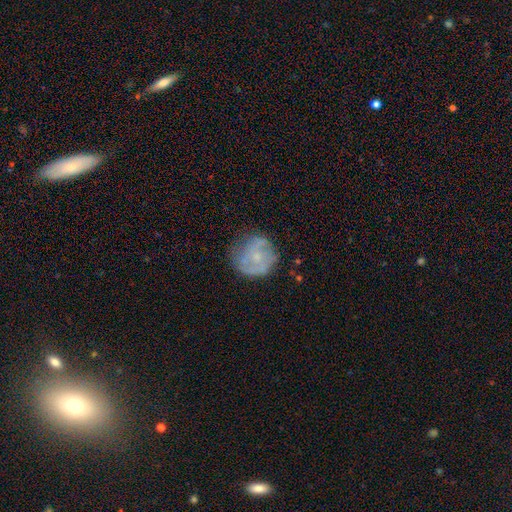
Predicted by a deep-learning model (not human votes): A featured or disk galaxy (55%) with no bar (77%), spiral arms (67%) and a small central bulge (61%). Merging: none (67%).